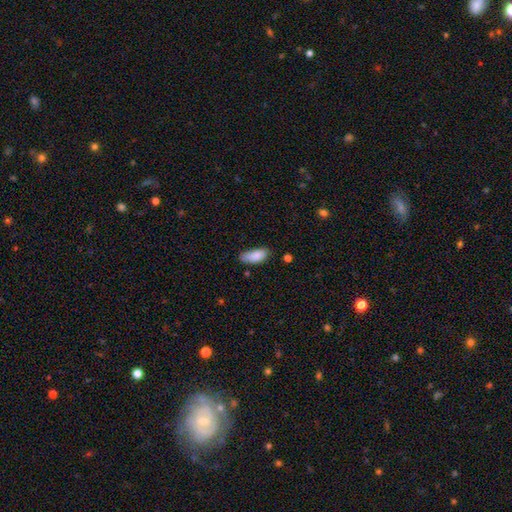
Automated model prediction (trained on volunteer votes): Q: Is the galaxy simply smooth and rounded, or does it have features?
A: smooth — 86%.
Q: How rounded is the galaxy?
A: in between — 87%.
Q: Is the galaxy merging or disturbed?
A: none — 63%.